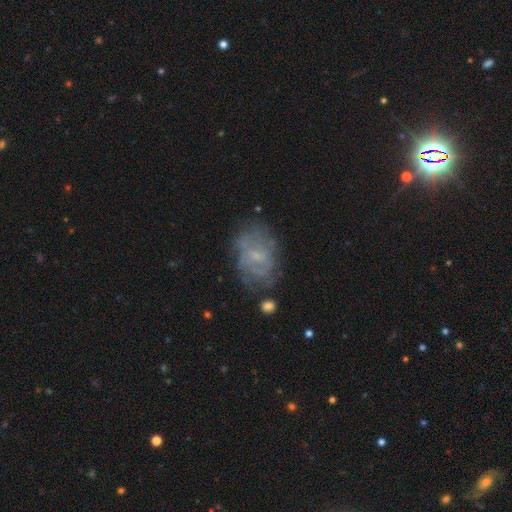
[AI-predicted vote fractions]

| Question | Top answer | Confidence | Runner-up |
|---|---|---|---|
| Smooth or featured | featured or disk | 60% | smooth (25%) |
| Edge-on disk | no | 96% | yes (4%) |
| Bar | no | 50% | weak (42%) |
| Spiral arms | yes | 69% | no (31%) |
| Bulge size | small | 64% | moderate (19%) |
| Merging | none | 64% | minor disturbance (20%) |